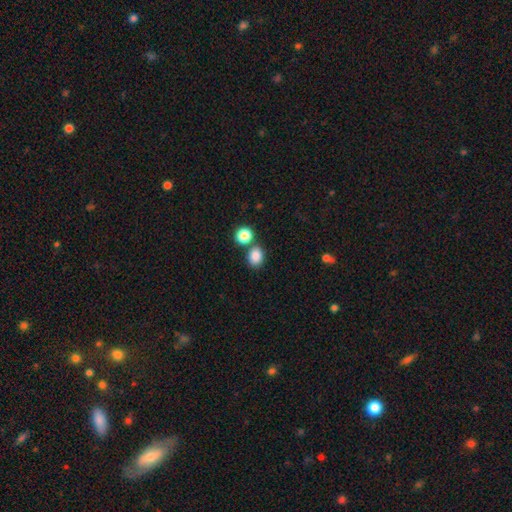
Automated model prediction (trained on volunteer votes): smooth 85%, star or artifact 10%, featured or disk 4%. Down the decision tree: how rounded — round (52%); merging — none (69%).